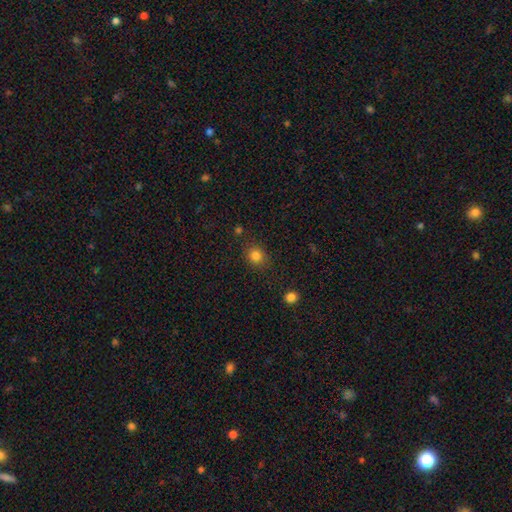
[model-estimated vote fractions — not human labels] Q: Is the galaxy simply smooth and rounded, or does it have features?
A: smooth — 83%.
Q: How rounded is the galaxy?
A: round — 76%.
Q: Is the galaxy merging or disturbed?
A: none — 83%.